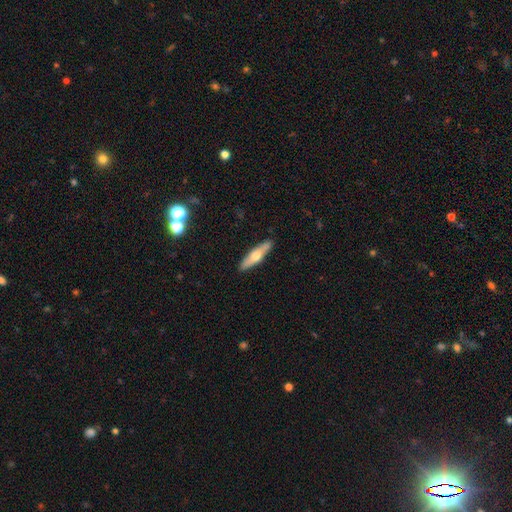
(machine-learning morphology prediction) smooth_or_featured: smooth (p=0.48) [alt: featured or disk p=0.47]
merging: none (p=0.90) [alt: minor disturbance p=0.07]